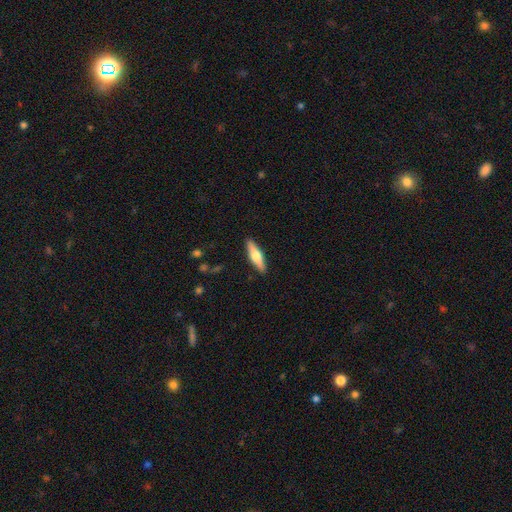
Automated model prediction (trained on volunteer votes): Overall: featured or disk (48%; smooth 47%). Merging: none (90%).